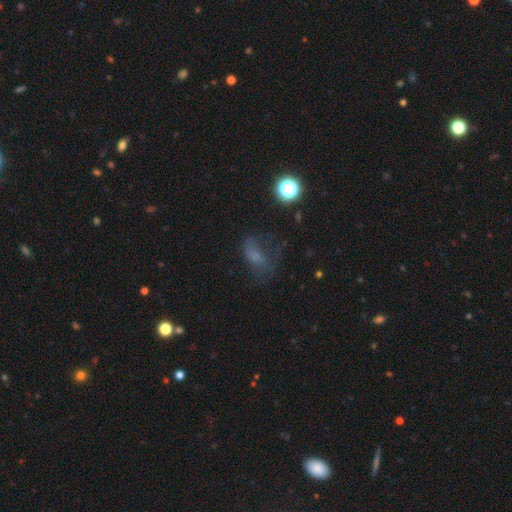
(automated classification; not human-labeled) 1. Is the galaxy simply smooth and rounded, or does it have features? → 52% smooth, 25% featured or disk, 23% star or artifact.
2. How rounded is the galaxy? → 77% in between, 18% round, 5% cigar-shaped.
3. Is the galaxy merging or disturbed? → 37% none, 36% major disturbance, 24% minor disturbance, 3% merger.